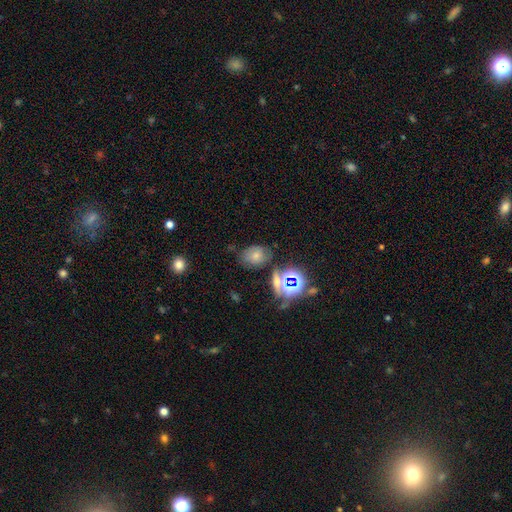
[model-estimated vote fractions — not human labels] Smooth or featured? Predicted: smooth (p=0.55). How rounded? Predicted: in between (p=0.69). Merging? Predicted: none (p=0.64).